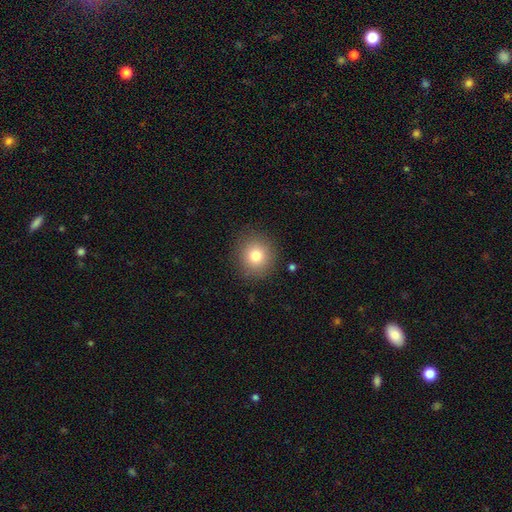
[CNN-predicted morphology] Smooth or featured: smooth — 79% (star or artifact — 11%)
How rounded: round — 89% (in between — 10%)
Merging: none — 88% (minor disturbance — 8%)